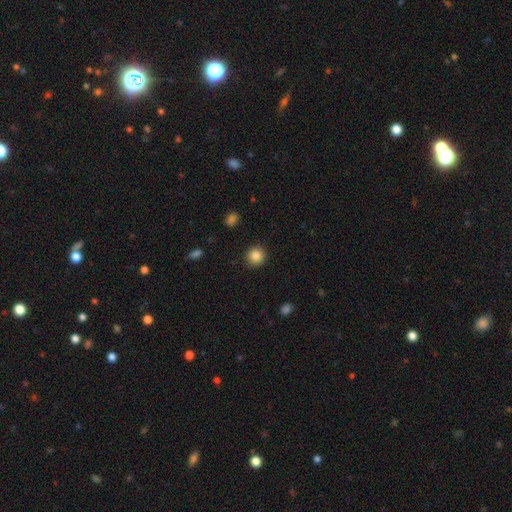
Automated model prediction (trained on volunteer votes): A smooth galaxy with no disk features (86%) that is round (93%).

Vote fractions:
- Smooth or featured? smooth: 86% / star or artifact: 10% / featured or disk: 5%
- How rounded? round: 93% / in between: 6% / cigar-shaped: 1%
- Merging? none: 91% / minor disturbance: 5% / major disturbance: 2% / merger: 1%